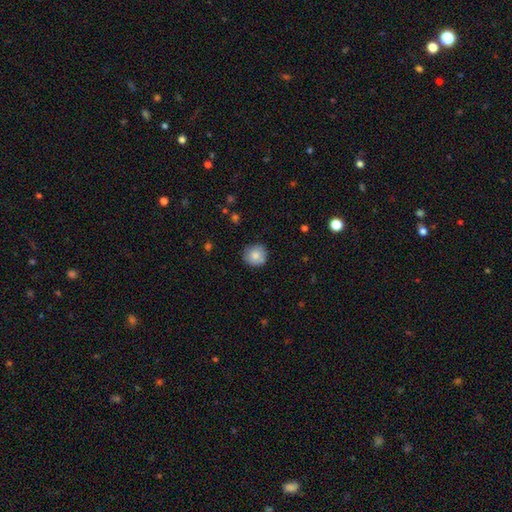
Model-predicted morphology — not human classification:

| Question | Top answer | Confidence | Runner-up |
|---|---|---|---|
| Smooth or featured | smooth | 82% | featured or disk (10%) |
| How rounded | round | 94% | in between (5%) |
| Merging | none | 84% | minor disturbance (12%) |